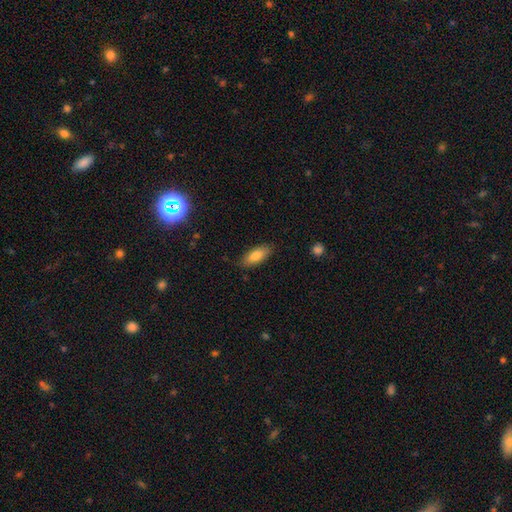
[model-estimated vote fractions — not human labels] This appears to be a smooth galaxy with no disk features (78%) that is in between round and cigar-shaped (79%). Merging: none (83%).